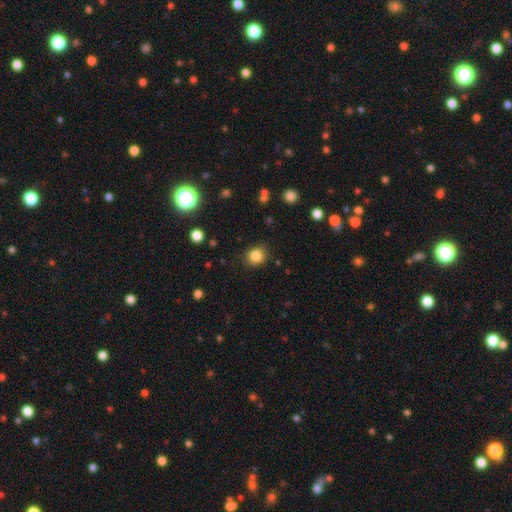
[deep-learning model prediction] Smooth or featured? smooth (84%)
How rounded? round (78%)
Merging? none (87%)